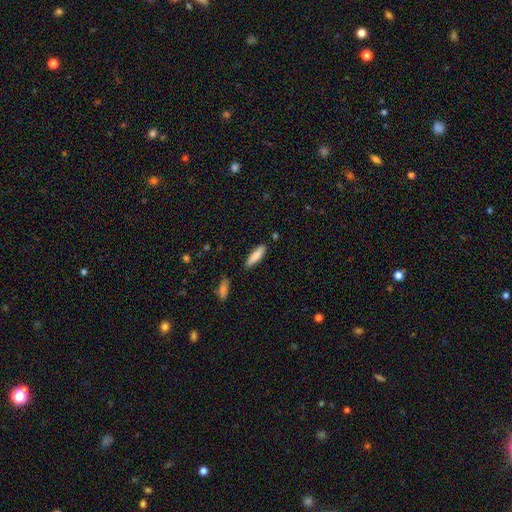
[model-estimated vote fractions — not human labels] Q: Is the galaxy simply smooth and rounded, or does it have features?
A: smooth — 82%.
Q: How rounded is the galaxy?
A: cigar-shaped — 68%.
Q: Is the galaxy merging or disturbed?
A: none — 84%.